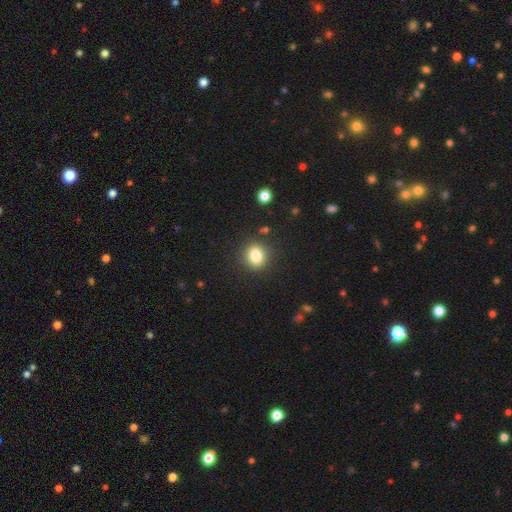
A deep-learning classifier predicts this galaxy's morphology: This appears to be a smooth galaxy with no disk features (82%) that is round (68%). Merging: none (86%).